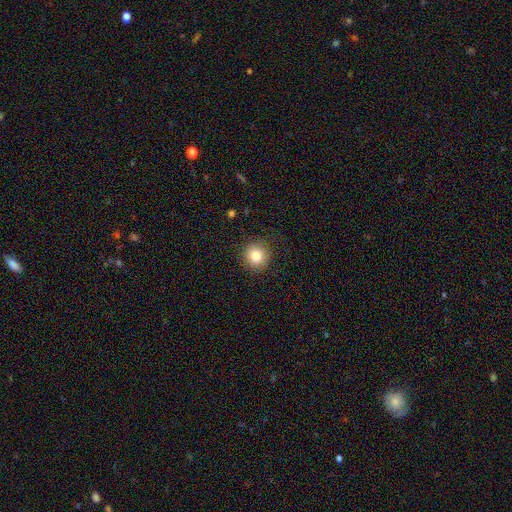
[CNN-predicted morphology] Smooth or featured? Predicted: smooth (p=0.82). How rounded? Predicted: round (p=0.91). Merging? Predicted: none (p=0.87).